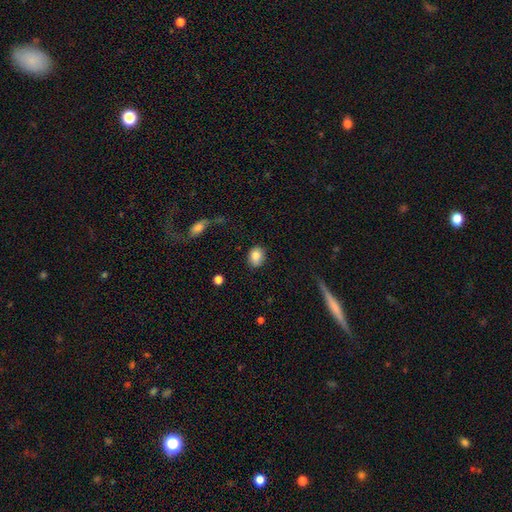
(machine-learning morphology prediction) The model was most divided on "how rounded": round: 54%, in between: 45%, cigar-shaped: 1%. More confident: smooth or featured — smooth (85%); merging — none (85%).